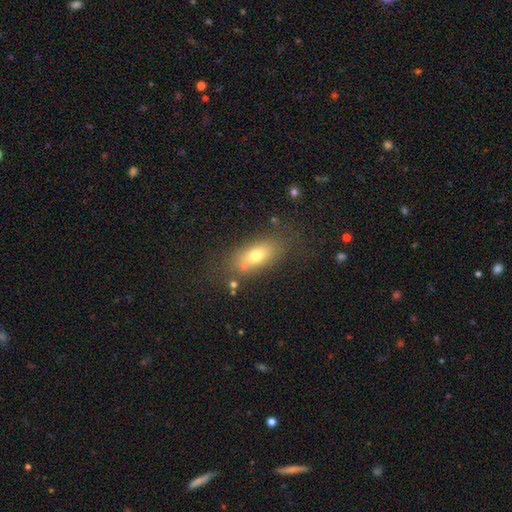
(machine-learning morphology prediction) The model was most divided on "smooth or featured": smooth: 69%, featured or disk: 21%, star or artifact: 10%. More confident: how rounded — in between (80%); merging — none (73%).